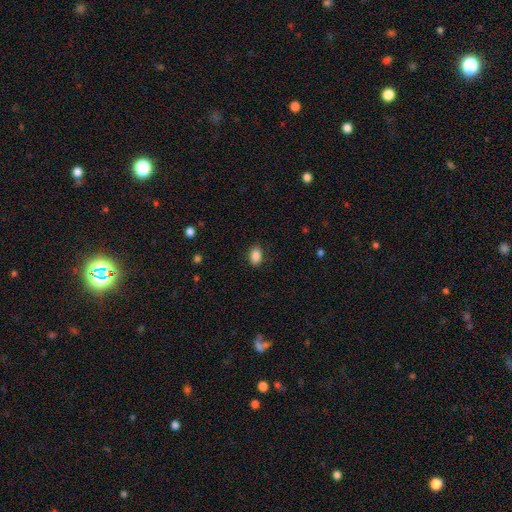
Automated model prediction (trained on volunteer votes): Overall: smooth (88%). How rounded: in between (83%). Merging: none (86%).